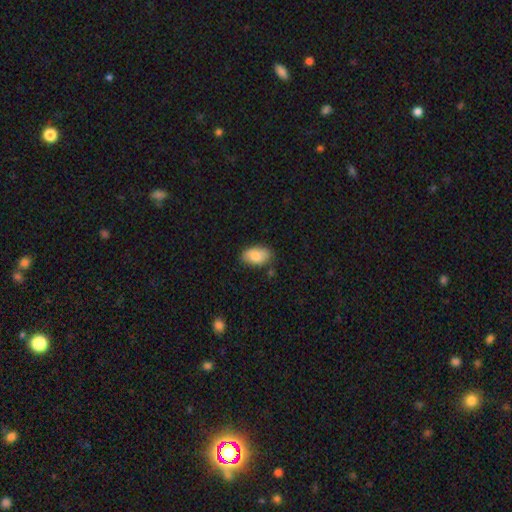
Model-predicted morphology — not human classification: This appears to be a smooth galaxy with no disk features (85%) that is in between round and cigar-shaped (92%). Merging: none (77%).